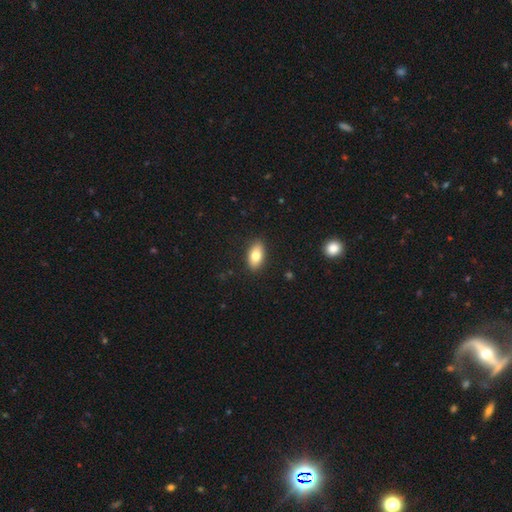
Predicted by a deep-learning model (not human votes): A smooth galaxy with no disk features (79%) that is in between round and cigar-shaped (90%).

Vote fractions:
- Smooth or featured? smooth: 79% / featured or disk: 14% / star or artifact: 7%
- How rounded? in between: 90% / cigar-shaped: 6% / round: 4%
- Merging? none: 89% / minor disturbance: 8% / major disturbance: 2% / merger: 1%